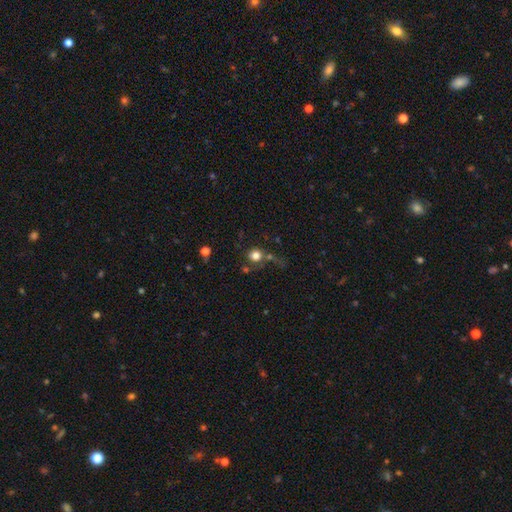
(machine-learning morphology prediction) Smooth or featured? smooth (78%)
How rounded? round (90%)
Merging? none (61%)